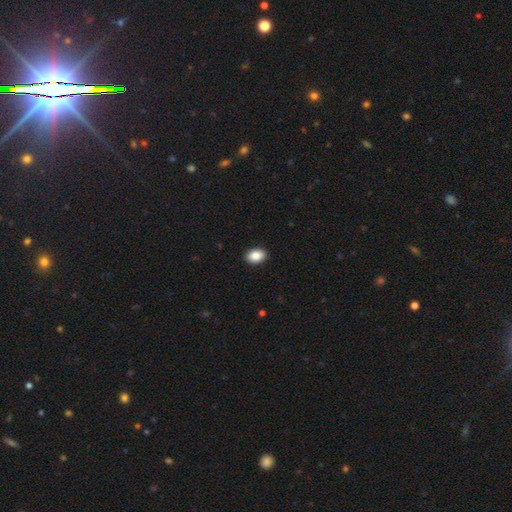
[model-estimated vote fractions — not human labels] smooth_or_featured: smooth (p=0.89) [alt: star or artifact p=0.07]
how_rounded: in between (p=0.85) [alt: round p=0.14]
merging: none (p=0.91) [alt: minor disturbance p=0.06]